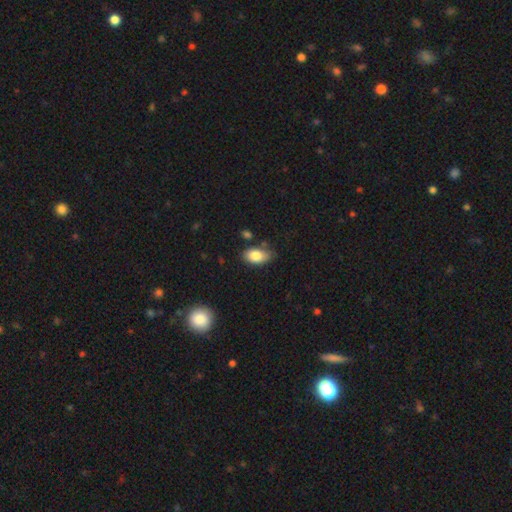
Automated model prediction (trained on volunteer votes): smooth-or-featured: smooth: 82% | featured or disk: 11% | star or artifact: 8%
  how-rounded: in between: 91% | round: 7% | cigar-shaped: 2%
  merging: none: 68% | minor disturbance: 22% | merger: 5% | major disturbance: 4%